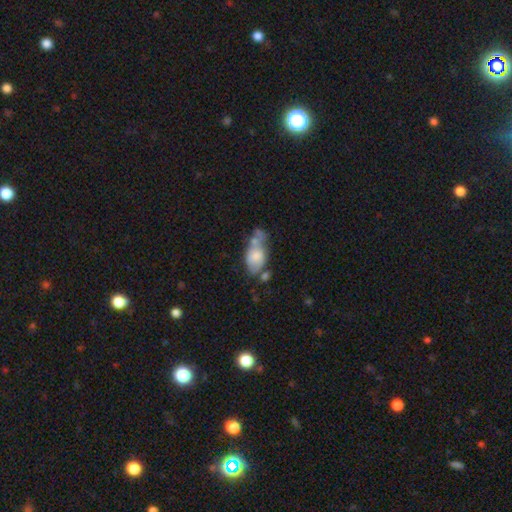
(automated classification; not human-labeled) Morphology: type=smooth (62%); roundness=in between (89%); merging=merger (33%).